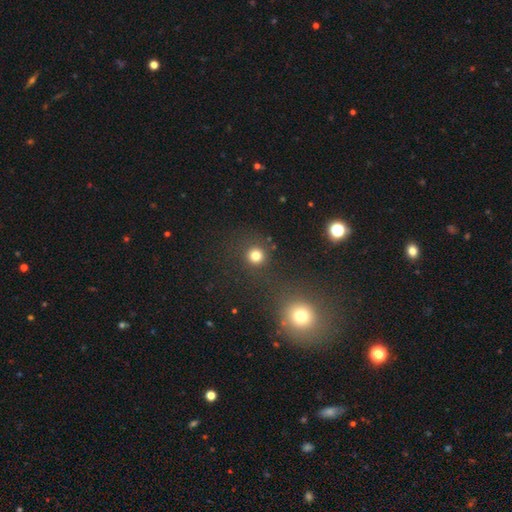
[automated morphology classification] smooth_or_featured: smooth (p=0.78) [alt: star or artifact p=0.16]
how_rounded: round (p=0.92) [alt: in between p=0.07]
merging: none (p=0.85) [alt: minor disturbance p=0.07]